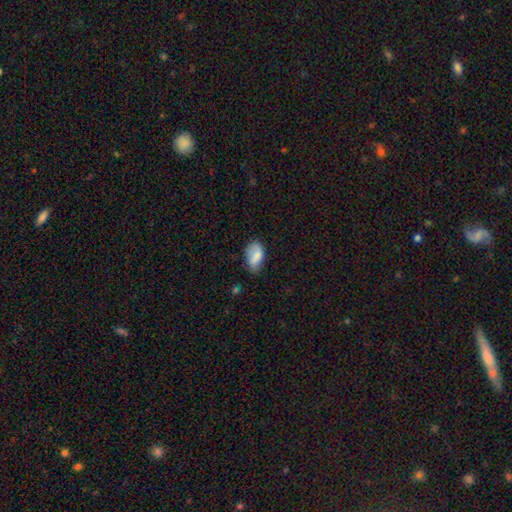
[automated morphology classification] A smooth galaxy with no disk features (81%) that is in between round and cigar-shaped (92%).

Vote fractions:
- Smooth or featured? smooth: 81% / featured or disk: 12% / star or artifact: 7%
- How rounded? in between: 92% / round: 6% / cigar-shaped: 2%
- Merging? none: 49% / minor disturbance: 39% / major disturbance: 10% / merger: 2%